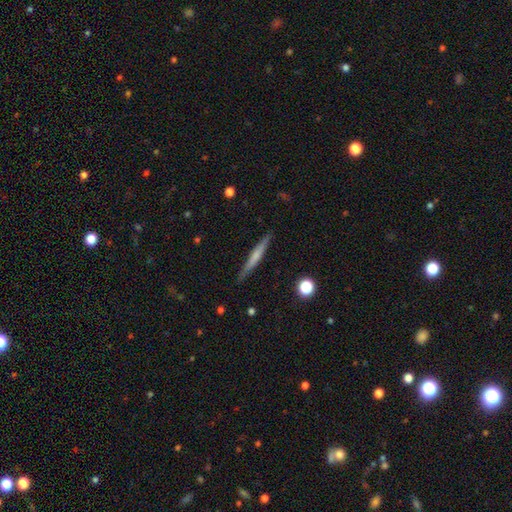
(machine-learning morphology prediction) This is possibly a smooth galaxy (50%). Merging: clearly none (88%).